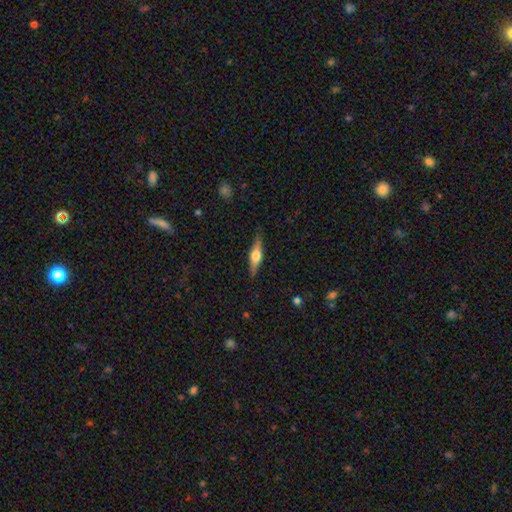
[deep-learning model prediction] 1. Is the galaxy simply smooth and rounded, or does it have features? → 65% featured or disk, 29% smooth, 6% star or artifact.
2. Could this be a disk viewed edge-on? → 96% yes, 4% no.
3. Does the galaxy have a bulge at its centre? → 93% rounded, 6% boxy, 2% none.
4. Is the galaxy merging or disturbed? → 88% none, 9% minor disturbance, 2% major disturbance, 1% merger.